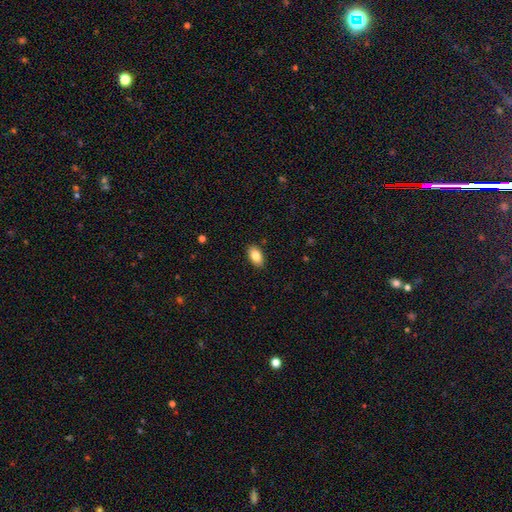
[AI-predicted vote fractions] This appears to be a smooth galaxy with no disk features (85%) that is in between round and cigar-shaped (92%). Merging: none (89%).